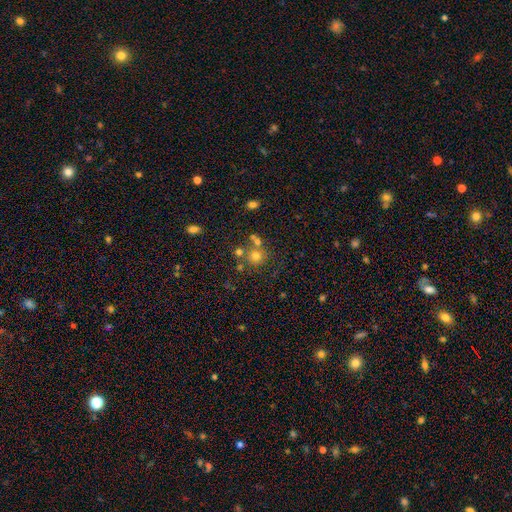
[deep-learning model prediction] smooth 63%, star or artifact 23%, featured or disk 14%. Down the decision tree: how rounded — round (88%); merging — none (59%).